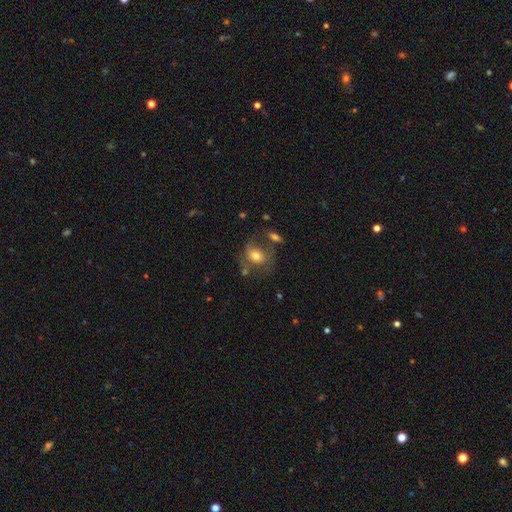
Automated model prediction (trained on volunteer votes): Smooth or featured: smooth — 60% (featured or disk — 31%)
How rounded: in between — 54% (round — 44%)
Merging: none — 48% (minor disturbance — 21%)